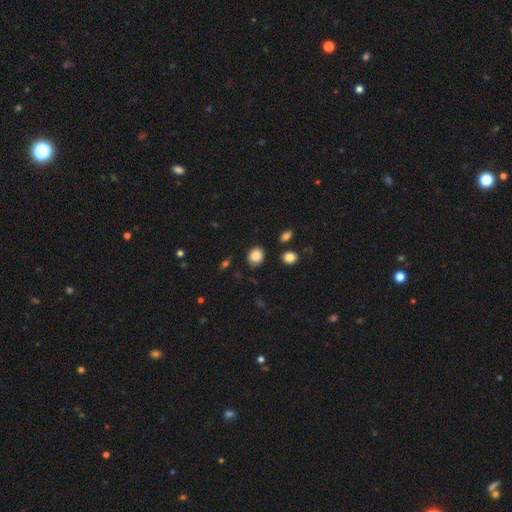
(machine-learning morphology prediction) Smooth or featured? Predicted: smooth (p=0.86). How rounded? Predicted: round (p=0.64). Merging? Predicted: none (p=0.82).